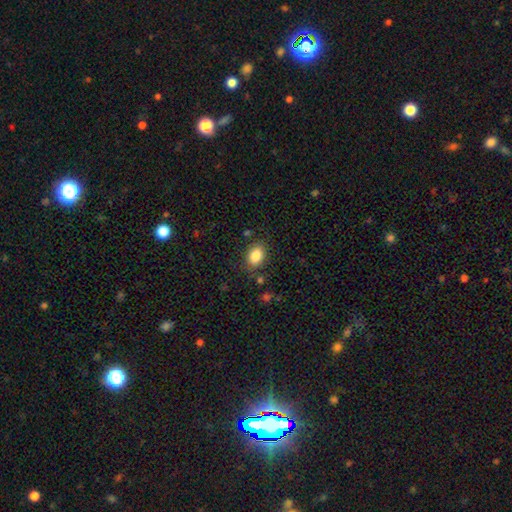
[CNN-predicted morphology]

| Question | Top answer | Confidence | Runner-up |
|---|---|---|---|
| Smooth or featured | smooth | 85% | star or artifact (8%) |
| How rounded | in between | 82% | round (17%) |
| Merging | none | 82% | minor disturbance (12%) |